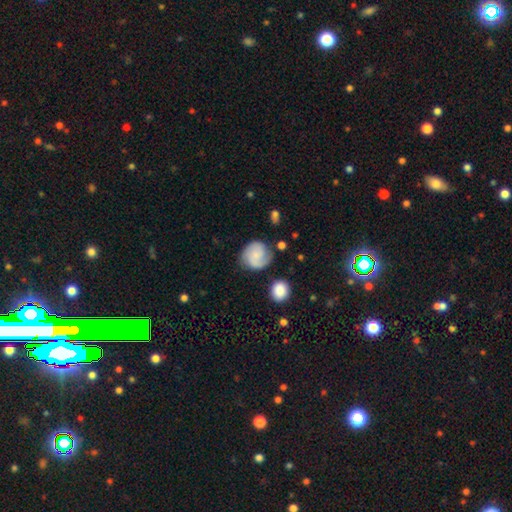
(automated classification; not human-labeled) Morphology: type=featured or disk (53%); edge-on=no (98%); bar=no (68%); spiral arms=yes (91%); bulge=small (56%); merging=none (68%).